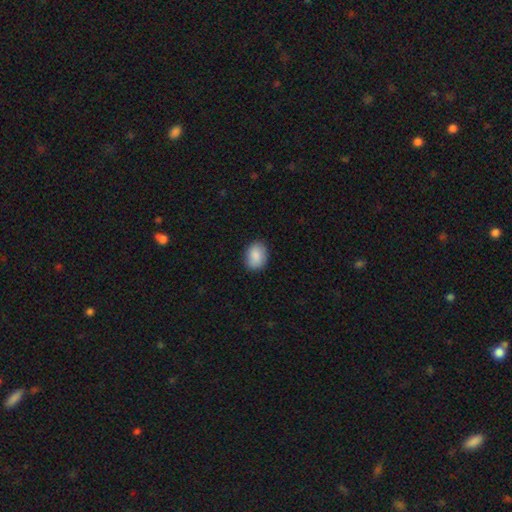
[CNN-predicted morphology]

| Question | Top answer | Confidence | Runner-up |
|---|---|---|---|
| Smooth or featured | smooth | 88% | star or artifact (7%) |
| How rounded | in between | 71% | round (28%) |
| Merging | none | 86% | minor disturbance (11%) |